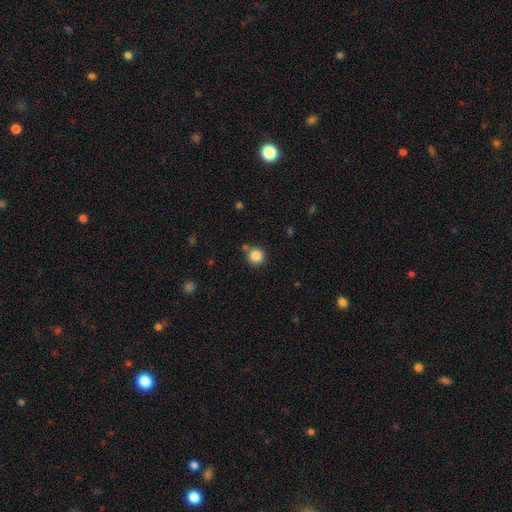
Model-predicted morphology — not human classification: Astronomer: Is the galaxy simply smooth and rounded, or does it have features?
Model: smooth — 86%.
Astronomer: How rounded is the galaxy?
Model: round — 94%.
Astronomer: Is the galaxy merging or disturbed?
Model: none — 79%.